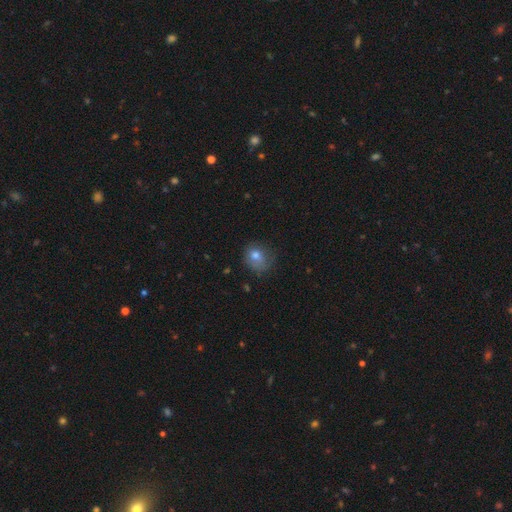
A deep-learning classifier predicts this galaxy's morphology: Smooth or featured? Predicted: smooth (p=0.75). How rounded? Predicted: round (p=0.63). Merging? Predicted: none (p=0.53).